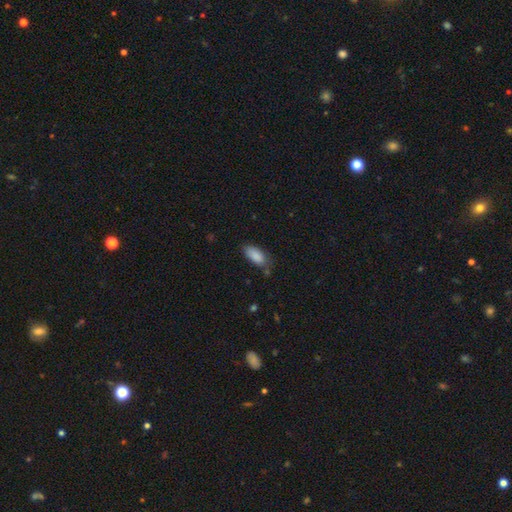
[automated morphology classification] Smooth or featured? smooth (88%)
How rounded? in between (89%)
Merging? none (66%)